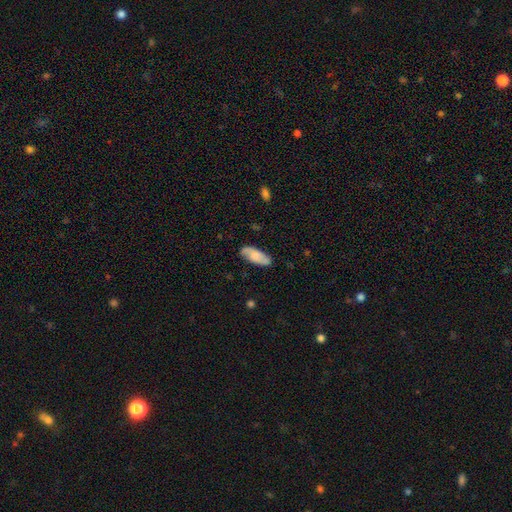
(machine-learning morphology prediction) Q: Smooth or featured?
A: smooth (58%); runner-up: featured or disk (35%)
Q: How rounded?
A: in between (79%); runner-up: cigar-shaped (19%)
Q: Merging?
A: none (80%); runner-up: minor disturbance (15%)